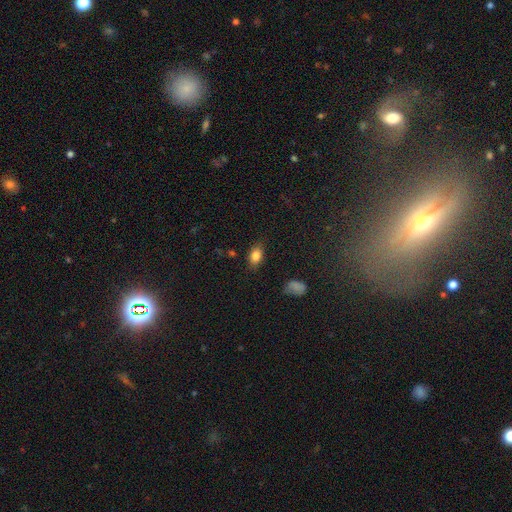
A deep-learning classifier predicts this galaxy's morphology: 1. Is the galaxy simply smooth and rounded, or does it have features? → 82% smooth, 9% star or artifact, 8% featured or disk.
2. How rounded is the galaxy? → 83% in between, 14% round, 3% cigar-shaped.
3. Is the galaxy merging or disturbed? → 79% none, 16% minor disturbance, 4% major disturbance, 1% merger.